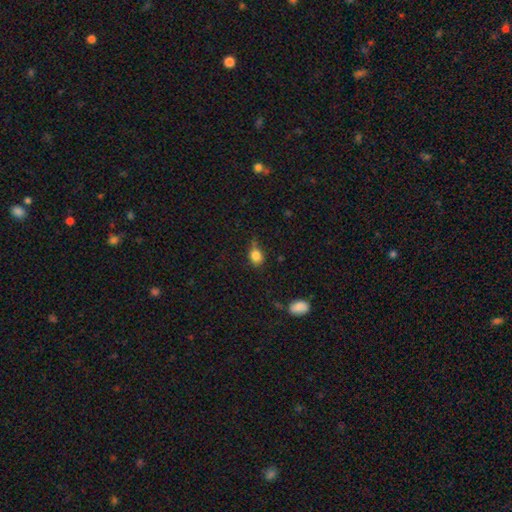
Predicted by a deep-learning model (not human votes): This is clearly a smooth galaxy (82%). How rounded: possibly round (51%). Merging: possibly none (55%).